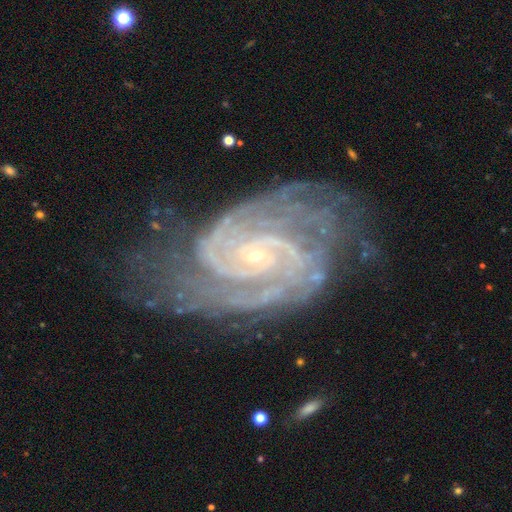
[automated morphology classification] featured or disk 92%, star or artifact 5%, smooth 3%. Down the decision tree: edge-on disk — no (98%); bar — no (62%); spiral arms — yes (99%); spiral arm count — 2 (38%); spiral winding — tight (69%); bulge size — small (87%); merging — none (65%).